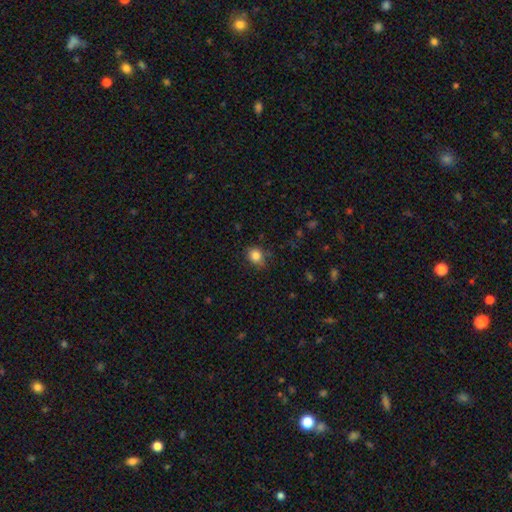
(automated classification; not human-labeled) smooth 84%, star or artifact 11%, featured or disk 6%. Down the decision tree: how rounded — round (67%); merging — none (73%).